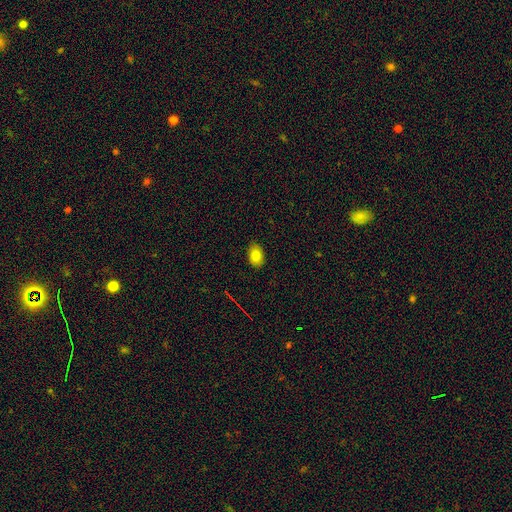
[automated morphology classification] smooth_or_featured: smooth (p=0.81) [alt: star or artifact p=0.10]
how_rounded: in between (p=0.82) [alt: round p=0.17]
merging: none (p=0.86) [alt: minor disturbance p=0.11]